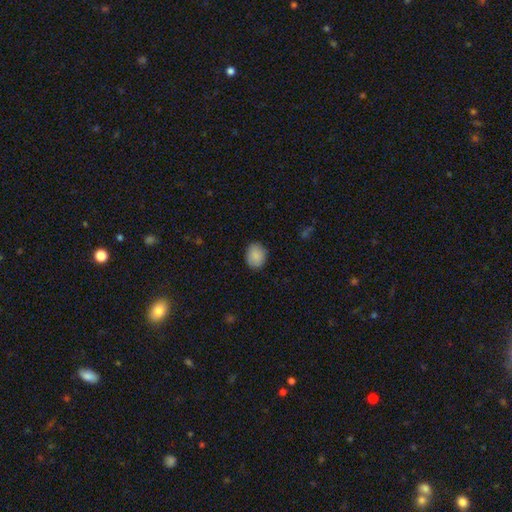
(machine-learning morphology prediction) Smooth or featured?
  - smooth: 89% *
  - star or artifact: 7%
  - featured or disk: 4%
How rounded?
  - round: 59% *
  - in between: 41%
  - cigar-shaped: 1%
Merging?
  - none: 86% *
  - minor disturbance: 11%
  - major disturbance: 2%
  - merger: 1%